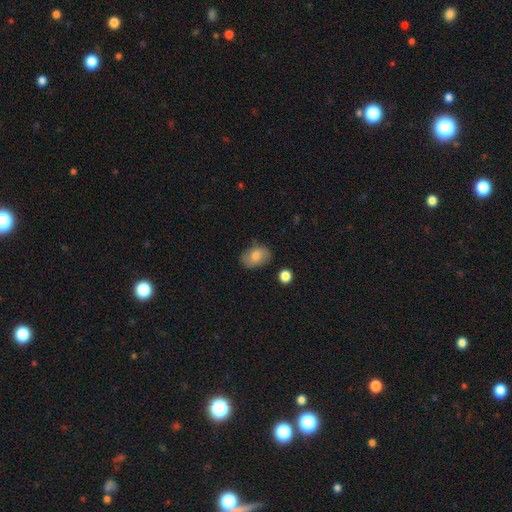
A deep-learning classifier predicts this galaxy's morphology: A smooth galaxy with no disk features (77%) that is in between round and cigar-shaped (82%).

Vote fractions:
- Smooth or featured? smooth: 77% / featured or disk: 15% / star or artifact: 8%
- How rounded? in between: 82% / round: 17% / cigar-shaped: 1%
- Merging? none: 80% / minor disturbance: 15% / major disturbance: 3% / merger: 2%